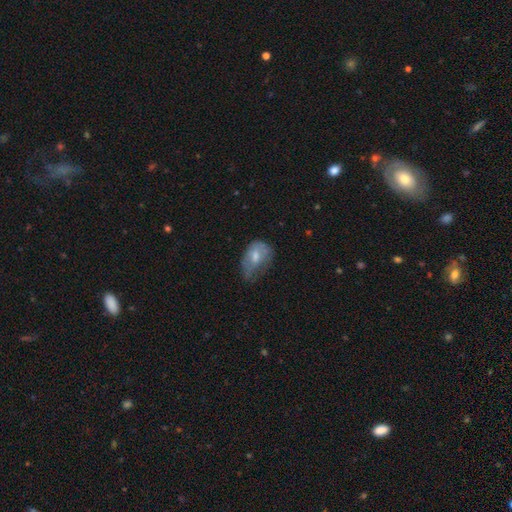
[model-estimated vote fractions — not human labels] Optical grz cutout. It shows a smooth galaxy with no disk features (58%) that is in between round and cigar-shaped (81%). Merging: minor disturbance (39%).